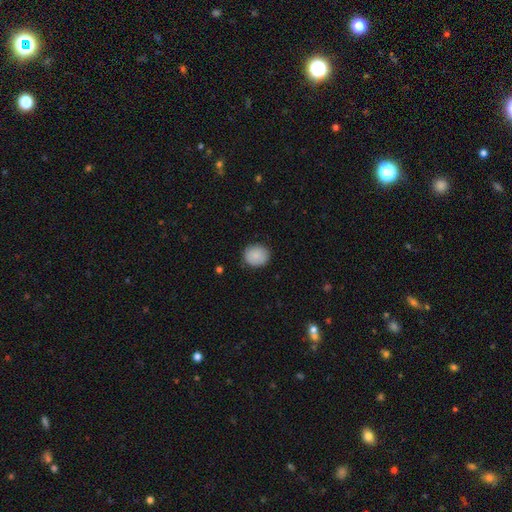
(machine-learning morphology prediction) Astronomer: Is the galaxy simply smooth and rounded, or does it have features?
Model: smooth — 87%.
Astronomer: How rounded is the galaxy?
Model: round — 75%.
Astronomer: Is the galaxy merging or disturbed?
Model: none — 86%.